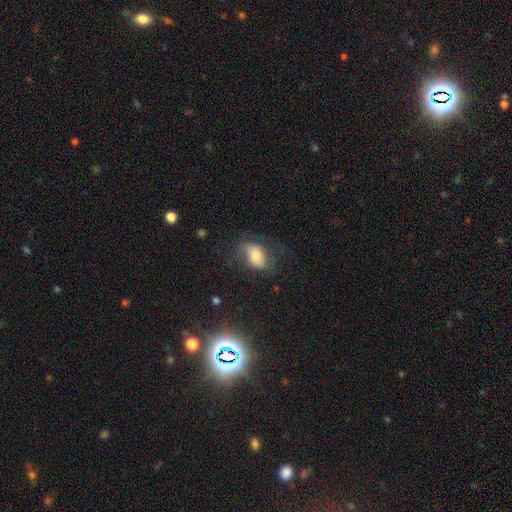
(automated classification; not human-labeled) smooth_or_featured: smooth (p=0.58) [alt: featured or disk p=0.33]
how_rounded: in between (p=0.85) [alt: round p=0.13]
merging: none (p=0.54) [alt: minor disturbance p=0.24]